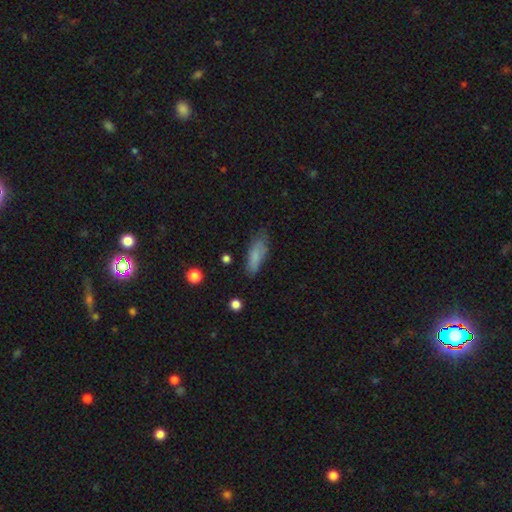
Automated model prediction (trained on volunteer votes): Smooth or featured? Predicted: smooth (p=0.78). How rounded? Predicted: in between (p=0.61). Merging? Predicted: none (p=0.64).